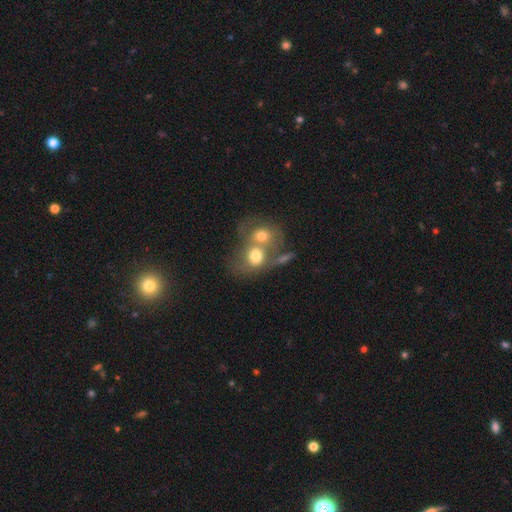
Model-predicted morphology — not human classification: A smooth galaxy with no disk features (60%) that is round (54%). Merging: merger (69%).